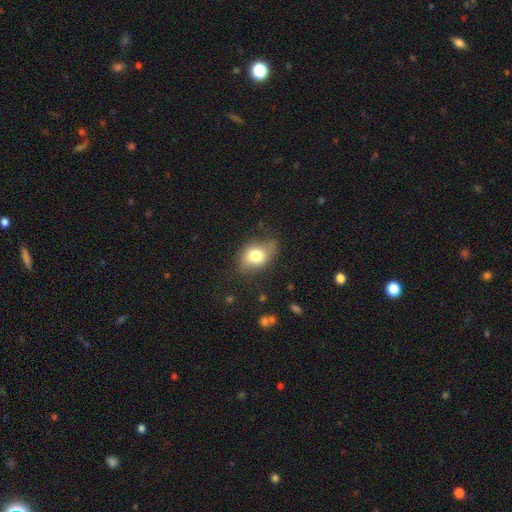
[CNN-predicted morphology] This appears to be a smooth galaxy with no disk features (76%) that is in between round and cigar-shaped (70%). Merging: none (61%).